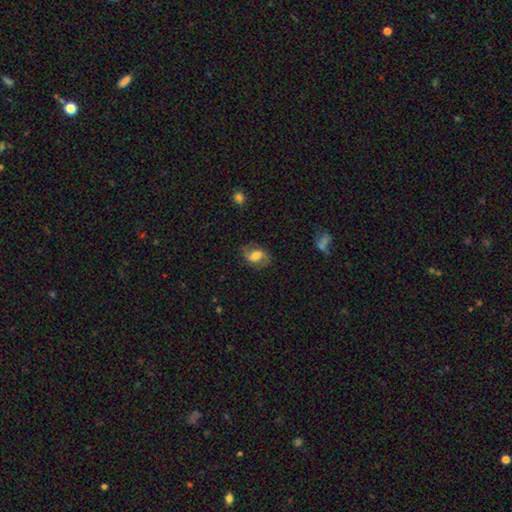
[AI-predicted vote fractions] Smooth or featured: featured or disk — 69% (smooth — 23%)
Edge-on disk: no — 97% (yes — 3%)
Bar: weak — 46% (no — 32%)
Spiral arms: yes — 92% (no — 8%)
Spiral winding: loose — 45% (medium — 42%)
Spiral arm count: 2 — 90% (can't tell — 4%)
Bulge size: moderate — 49% (large — 24%)
Merging: none — 77% (minor disturbance — 15%)